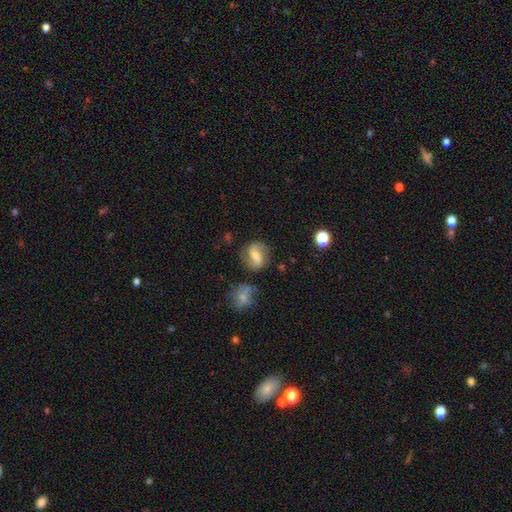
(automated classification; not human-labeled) featured or disk 64%, smooth 28%, star or artifact 8%. Down the decision tree: edge-on disk — no (97%); bar — weak (43%); spiral arms — yes (90%); spiral arm count — 2 (88%); spiral winding — loose (43%); bulge size — moderate (40%); merging — none (73%).